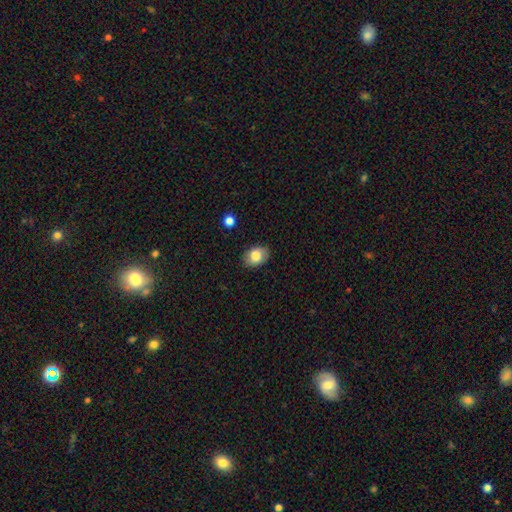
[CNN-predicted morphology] smooth-or-featured: smooth: 81% | featured or disk: 11% | star or artifact: 8%
  how-rounded: in between: 75% | round: 24% | cigar-shaped: 1%
  merging: none: 87% | minor disturbance: 10% | major disturbance: 2% | merger: 1%